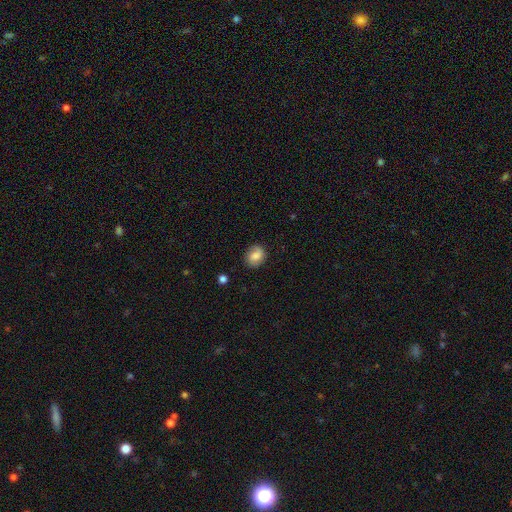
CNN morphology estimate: type=smooth (76%); roundness=round (59%); merging=none (81%).